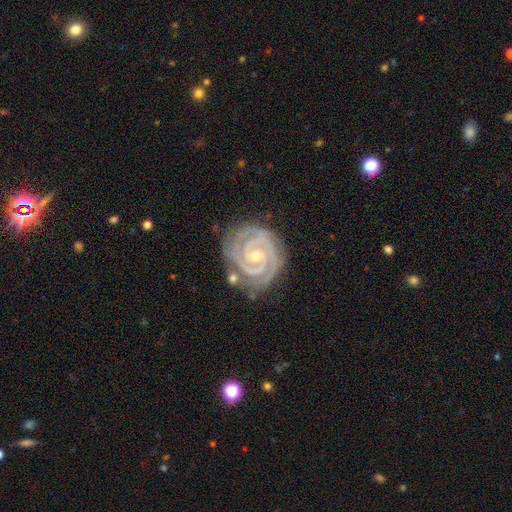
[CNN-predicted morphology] Smooth or featured?
  - featured or disk: 92% *
  - star or artifact: 5%
  - smooth: 3%
Edge-on disk?
  - no: 98% *
  - yes: 2%
Bar?
  - no: 53% *
  - weak: 30%
  - strong: 17%
Spiral arms?
  - yes: 99% *
  - no: 1%
Spiral winding?
  - tight: 85% *
  - medium: 13%
  - loose: 2%
Spiral arm count?
  - 2: 66% *
  - 3: 19%
  - can't tell: 5%
  - 4: 4%
  - more than 4: 3%
  - 1: 3%
Bulge size?
  - small: 61% *
  - moderate: 36%
  - large: 1%
  - none: 1%
  - dominant: 1%
Merging?
  - none: 75% *
  - minor disturbance: 17%
  - major disturbance: 5%
  - merger: 3%